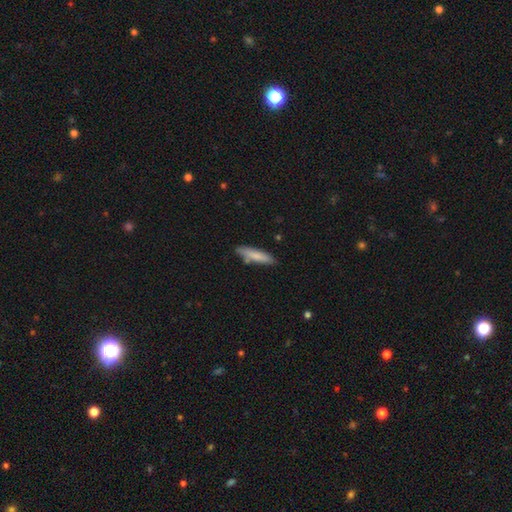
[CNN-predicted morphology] smooth 80%, featured or disk 15%, star or artifact 6%. Down the decision tree: how rounded — cigar-shaped (78%); merging — none (77%).